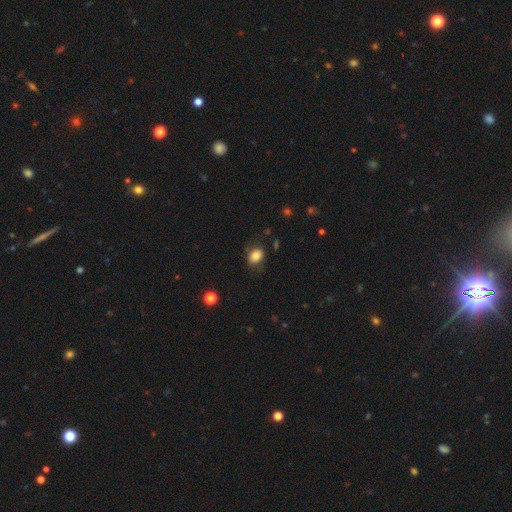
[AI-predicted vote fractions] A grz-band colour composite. It shows a smooth galaxy with no disk features (82%) that is in between round and cigar-shaped (64%). Merging: none (78%).